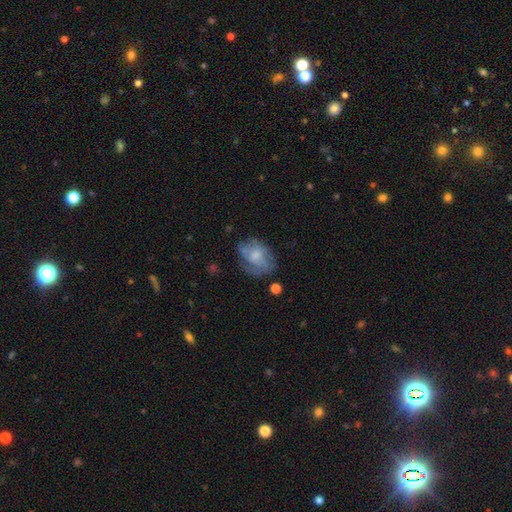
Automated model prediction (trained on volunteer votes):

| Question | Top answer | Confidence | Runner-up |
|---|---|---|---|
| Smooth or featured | smooth | 49% | featured or disk (42%) |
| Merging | none | 53% | minor disturbance (27%) |